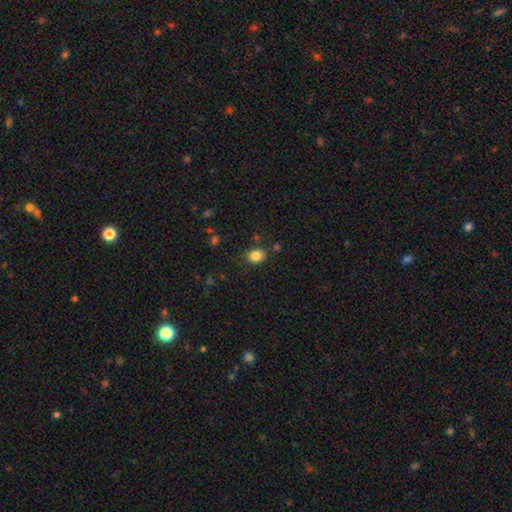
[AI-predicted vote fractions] smooth 84%, star or artifact 10%, featured or disk 5%. Down the decision tree: how rounded — round (54%); merging — none (80%).